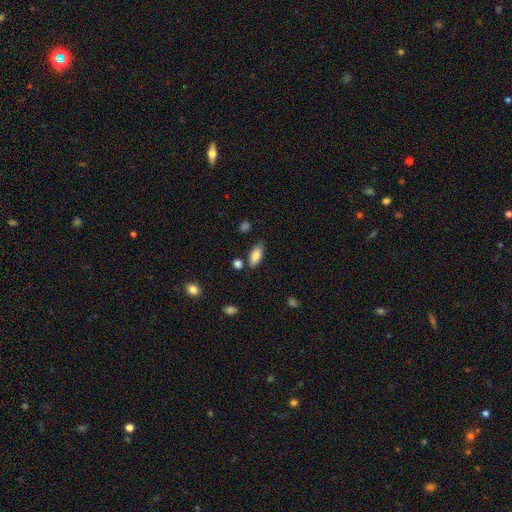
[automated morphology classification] The model was most divided on "merging": none: 77%, minor disturbance: 14%, merger: 5%, major disturbance: 3%. More confident: how rounded — in between (86%); smooth or featured — smooth (86%).